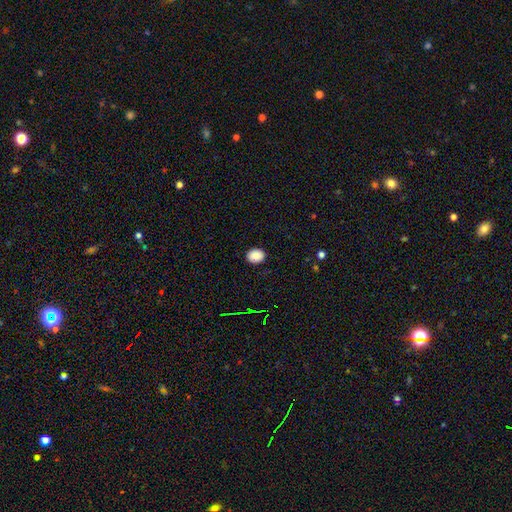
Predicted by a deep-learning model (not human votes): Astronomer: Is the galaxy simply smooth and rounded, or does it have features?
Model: smooth — 88%.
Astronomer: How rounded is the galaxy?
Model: in between — 53% (runner-up: round, 46%).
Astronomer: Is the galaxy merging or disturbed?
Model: none — 89%.